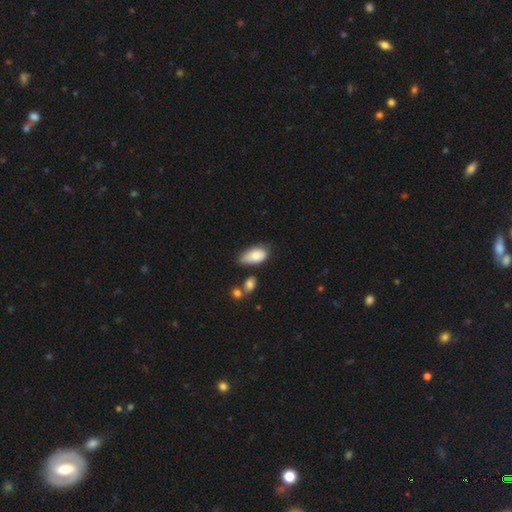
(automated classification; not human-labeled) Smooth or featured: smooth — 80% (featured or disk — 13%)
How rounded: in between — 93% (round — 4%)
Merging: none — 45% (minor disturbance — 37%)